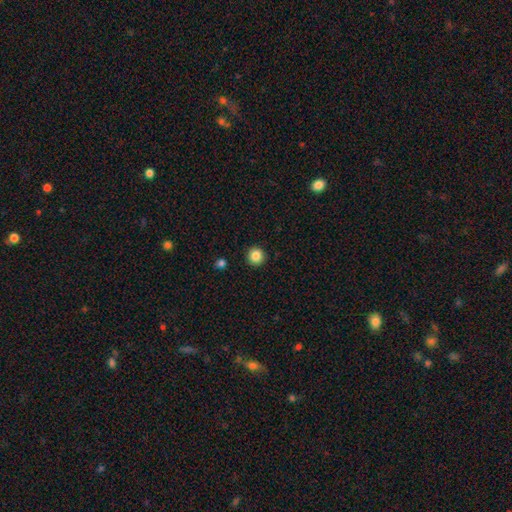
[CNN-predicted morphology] This appears to be a smooth galaxy with no disk features (86%) that is round (95%). Merging: none (93%).